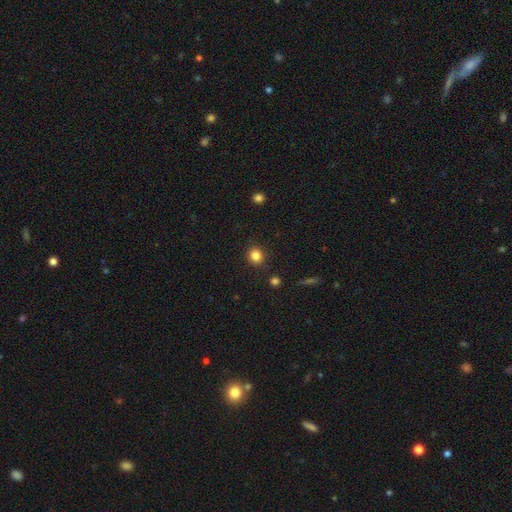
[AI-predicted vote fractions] Smooth or featured: smooth — 84% (star or artifact — 12%)
How rounded: round — 85% (in between — 14%)
Merging: none — 89% (minor disturbance — 7%)